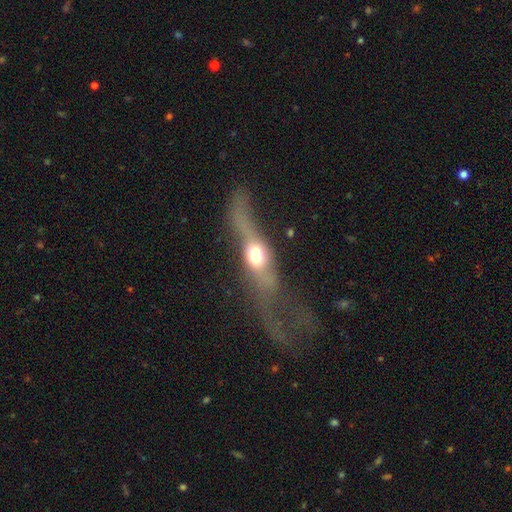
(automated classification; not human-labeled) Smooth or featured? Predicted: featured or disk (p=0.50). Edge-on disk? Predicted: yes (p=0.51). Merging? Predicted: major disturbance (p=0.44).